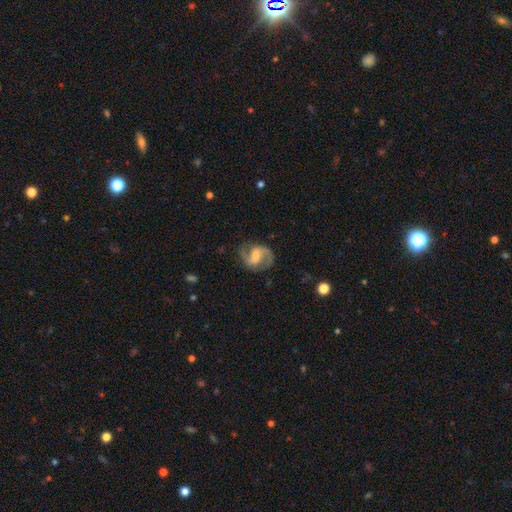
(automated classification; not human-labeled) This is clearly a featured or disk galaxy (86%). It is clearly not viewed edge-on (98%). Bar: possibly weak (52%). Spiral arm pattern: clearly yes (96%). Spiral arm count: clearly 2 (92%). Spiral winding: possibly medium (49%). Central bulge: marginally small (43%). Merging: likely none (79%).